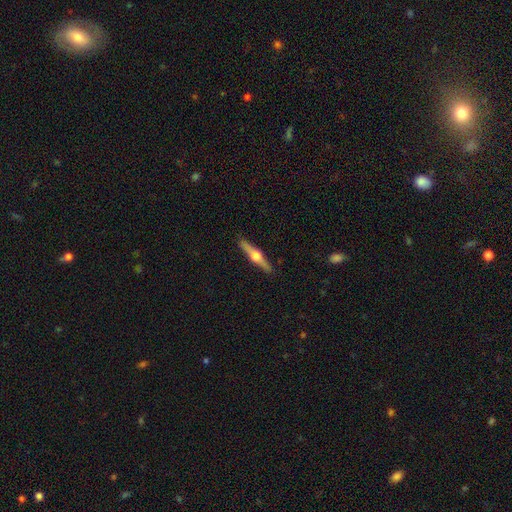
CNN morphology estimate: type=featured or disk (76%); edge-on=yes (98%); edge-on bulge=rounded (95%); merging=none (91%).